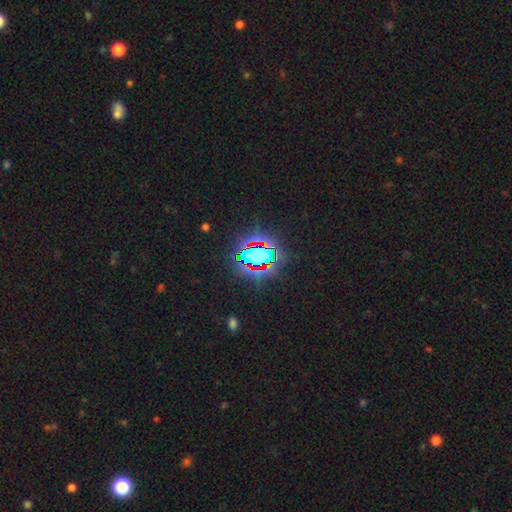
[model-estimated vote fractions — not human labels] smooth-or-featured: star or artifact: 64% | smooth: 22% | featured or disk: 14%